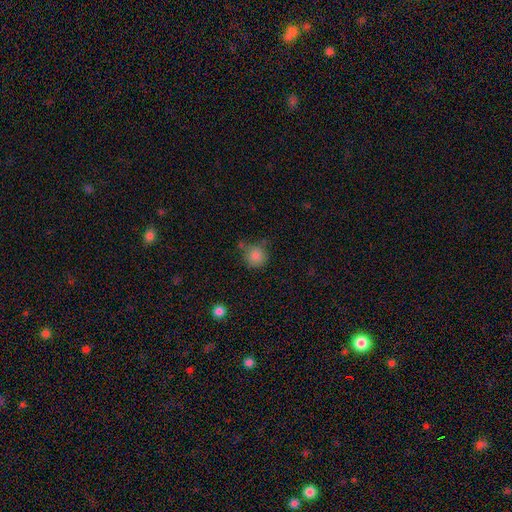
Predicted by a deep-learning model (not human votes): Smooth or featured?
  - smooth: 84% *
  - star or artifact: 11%
  - featured or disk: 5%
How rounded?
  - round: 92% *
  - in between: 7%
  - cigar-shaped: 1%
Merging?
  - none: 69% *
  - minor disturbance: 18%
  - merger: 8%
  - major disturbance: 5%